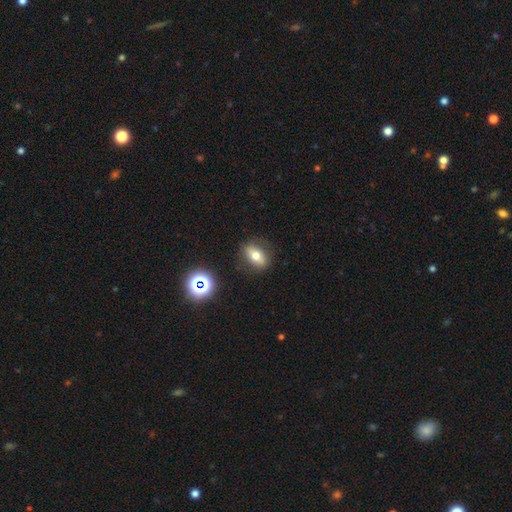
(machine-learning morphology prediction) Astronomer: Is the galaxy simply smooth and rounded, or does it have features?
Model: smooth — 62%.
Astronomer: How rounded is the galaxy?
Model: in between — 77%.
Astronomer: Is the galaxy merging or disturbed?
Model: none — 83%.